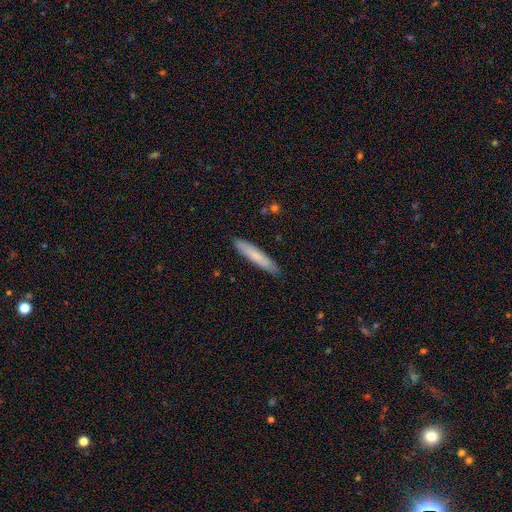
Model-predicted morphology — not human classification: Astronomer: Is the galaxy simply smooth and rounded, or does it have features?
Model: smooth — 75%.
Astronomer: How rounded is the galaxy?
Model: cigar-shaped — 91%.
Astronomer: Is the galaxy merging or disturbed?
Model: none — 88%.